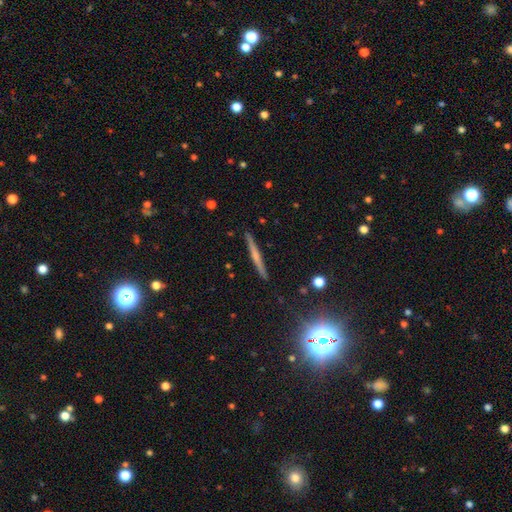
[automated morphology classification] A featured or disk galaxy (55%) viewed edge-on (97%) with no central bulge (52%). Merging: none (91%).